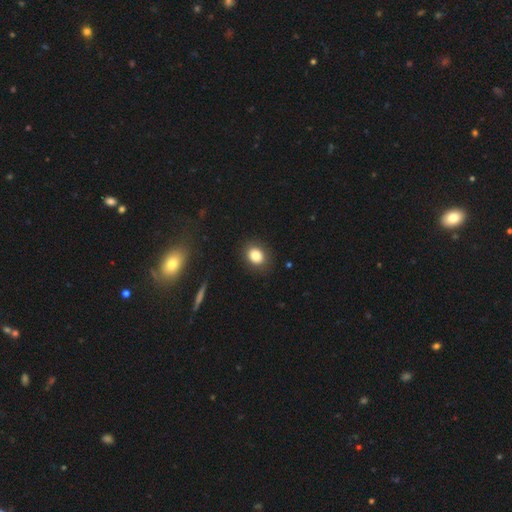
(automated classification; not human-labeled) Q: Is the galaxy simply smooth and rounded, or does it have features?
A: smooth — 82%.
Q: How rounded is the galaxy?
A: round — 54%.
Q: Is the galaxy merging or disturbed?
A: none — 87%.